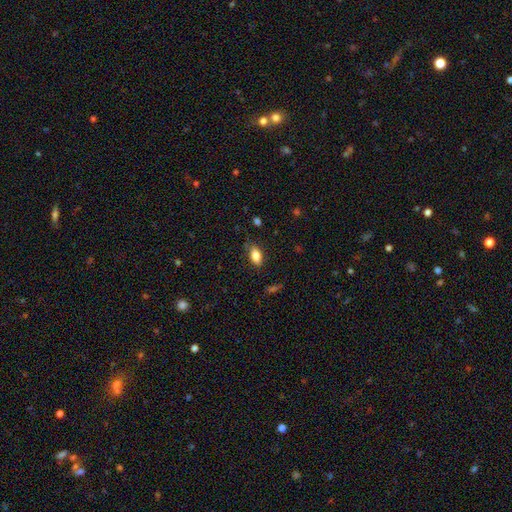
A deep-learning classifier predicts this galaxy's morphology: Smooth or featured? Predicted: smooth (p=0.83). How rounded? Predicted: in between (p=0.88). Merging? Predicted: none (p=0.80).